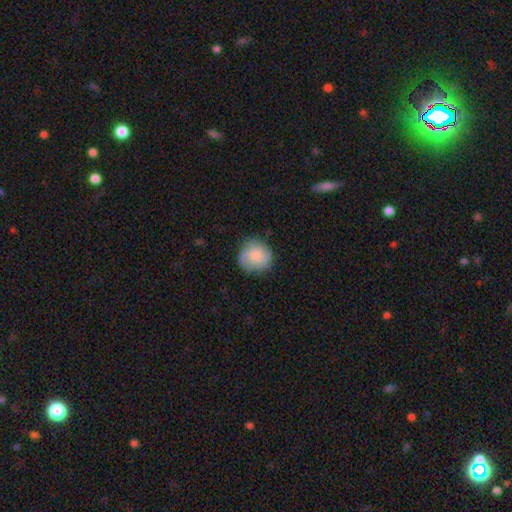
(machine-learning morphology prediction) Smooth or featured? smooth (67%)
How rounded? round (88%)
Merging? none (77%)